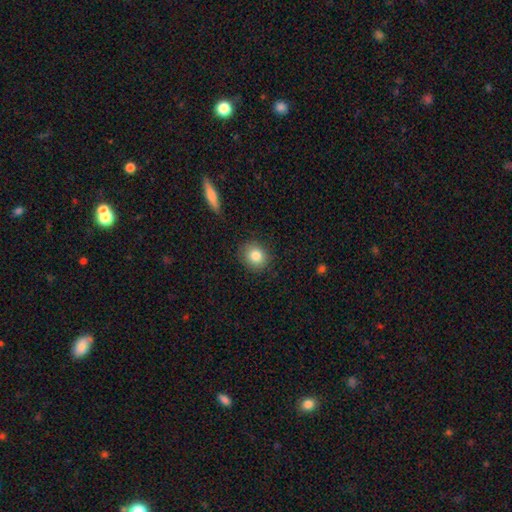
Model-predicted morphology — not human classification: A smooth galaxy with no disk features (83%) that is round (79%). Merging: none (88%).